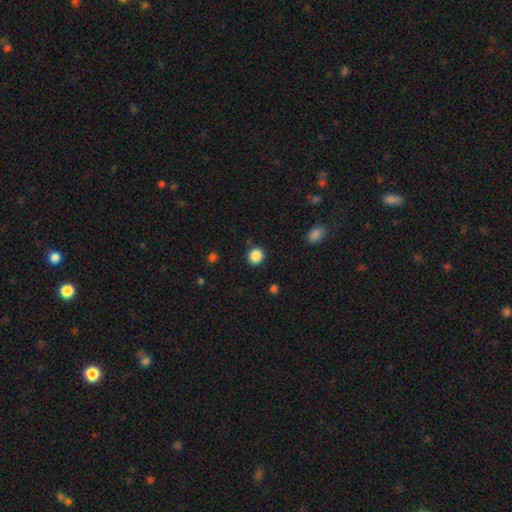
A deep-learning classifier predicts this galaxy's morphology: Smooth or featured?
  - smooth: 87% *
  - star or artifact: 10%
  - featured or disk: 3%
How rounded?
  - round: 88% *
  - in between: 11%
  - cigar-shaped: 1%
Merging?
  - none: 88% *
  - minor disturbance: 8%
  - major disturbance: 2%
  - merger: 2%